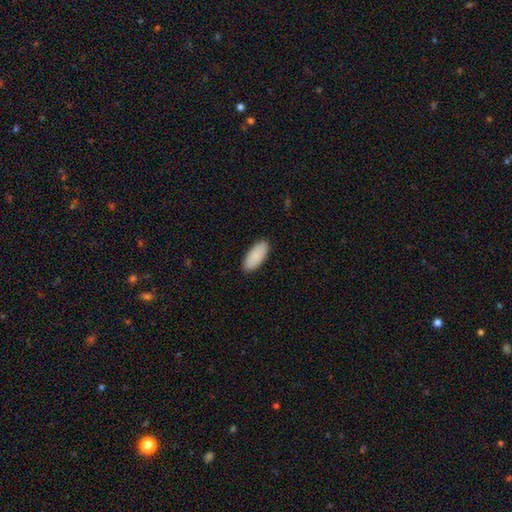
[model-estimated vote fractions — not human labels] Morphology: type=smooth (89%); roundness=in between (90%); merging=none (89%).